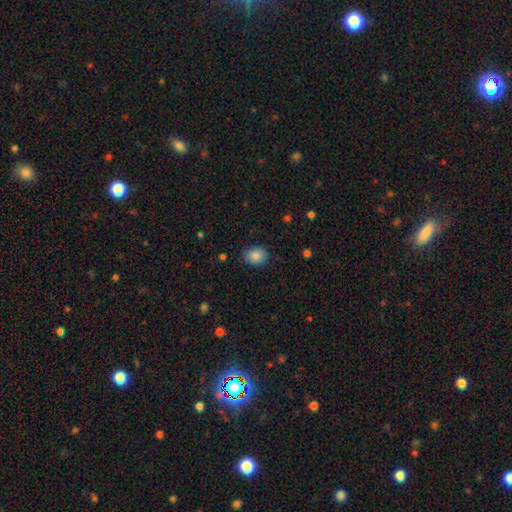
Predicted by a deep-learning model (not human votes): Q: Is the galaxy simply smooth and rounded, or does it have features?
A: smooth — 86%.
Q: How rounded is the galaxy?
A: in between — 55%.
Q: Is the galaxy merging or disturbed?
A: none — 86%.